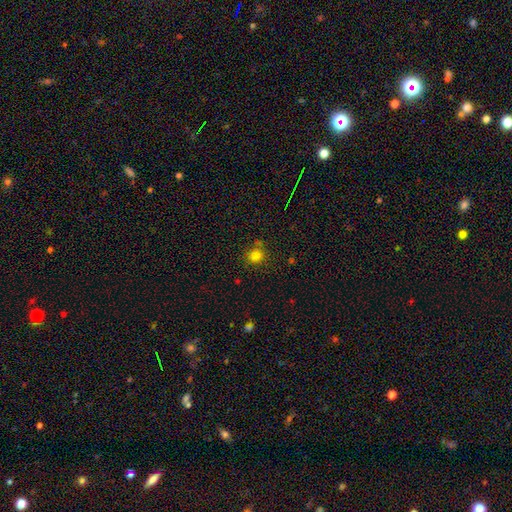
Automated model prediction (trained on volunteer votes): This is likely a smooth galaxy (79%). How rounded: clearly round (85%). Merging: likely none (77%).